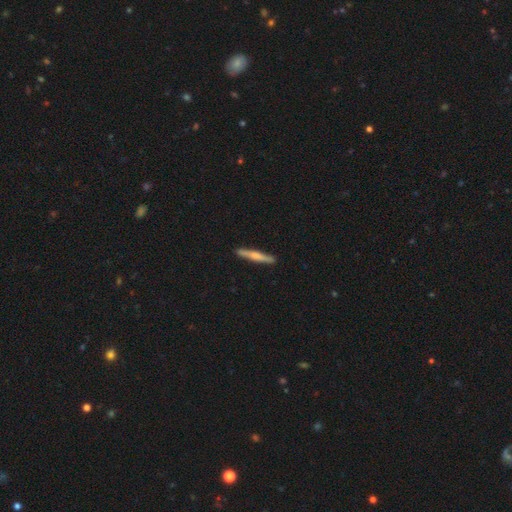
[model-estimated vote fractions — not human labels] This appears to be a smooth galaxy with no disk features (50%). Merging: none (91%).